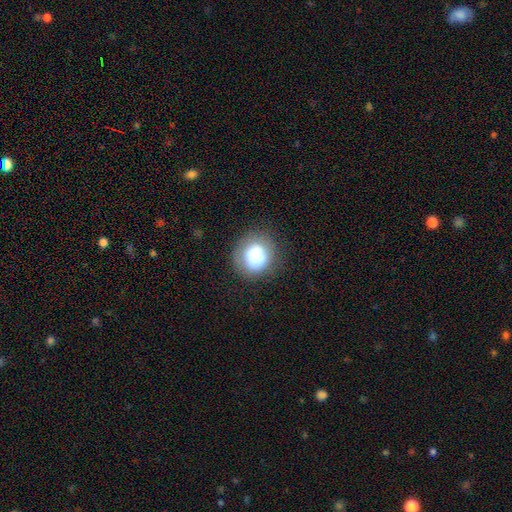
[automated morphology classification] smooth-or-featured: smooth: 80% | featured or disk: 11% | star or artifact: 9%
  how-rounded: round: 81% | in between: 18% | cigar-shaped: 1%
  merging: none: 77% | minor disturbance: 15% | major disturbance: 6% | merger: 2%